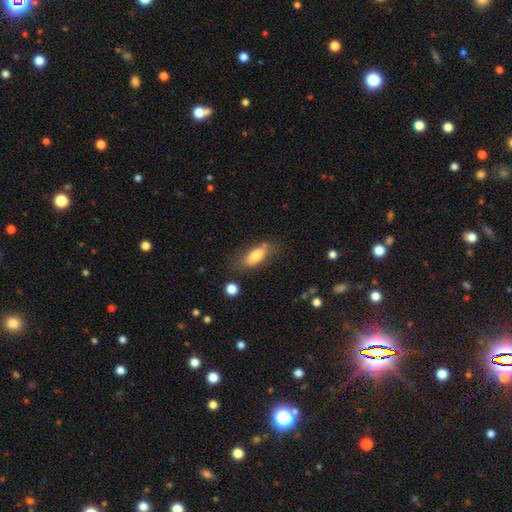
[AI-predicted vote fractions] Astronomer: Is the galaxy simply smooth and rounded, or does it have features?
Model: smooth — 72%.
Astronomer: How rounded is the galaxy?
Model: in between — 79%.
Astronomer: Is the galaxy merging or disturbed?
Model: none — 68%.